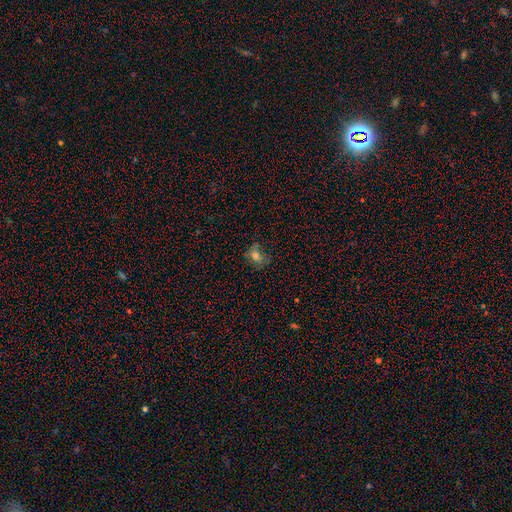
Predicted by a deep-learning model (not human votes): The model was most divided on "how rounded": in between: 55%, round: 43%, cigar-shaped: 2%. More confident: smooth or featured — smooth (68%); merging — none (53%).